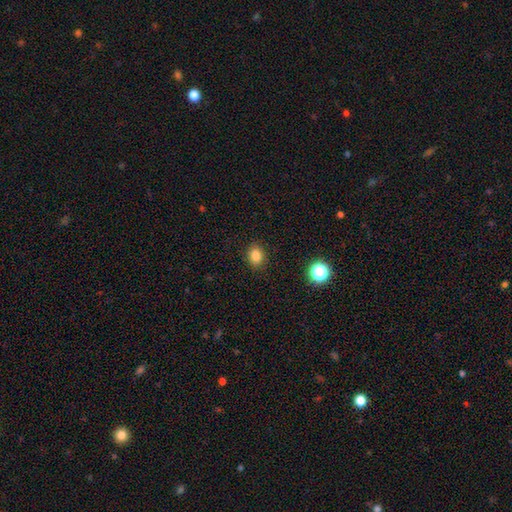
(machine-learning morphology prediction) Smooth or featured? Predicted: smooth (p=0.83). How rounded? Predicted: round (p=0.50). Merging? Predicted: none (p=0.89).